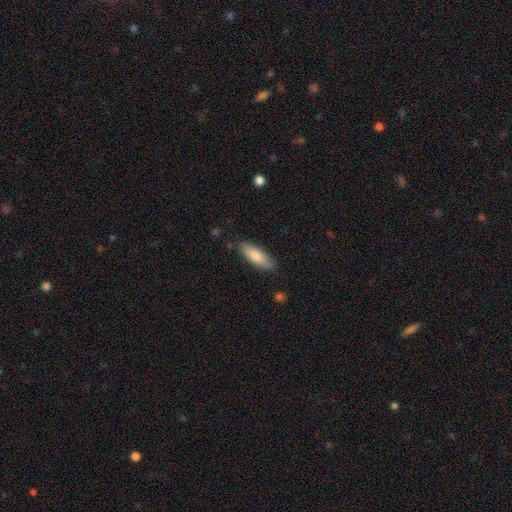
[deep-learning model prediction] Smooth or featured?
  - smooth: 79% *
  - featured or disk: 15%
  - star or artifact: 6%
How rounded?
  - in between: 65% *
  - cigar-shaped: 34%
  - round: 2%
Merging?
  - none: 83% *
  - minor disturbance: 14%
  - major disturbance: 2%
  - merger: 1%